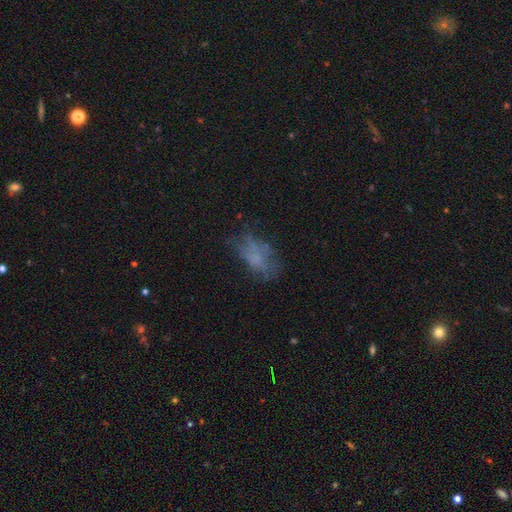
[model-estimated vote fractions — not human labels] Smooth or featured?
  - smooth: 49% *
  - featured or disk: 34%
  - star or artifact: 17%
Merging?
  - none: 47% *
  - major disturbance: 25%
  - minor disturbance: 24%
  - merger: 3%